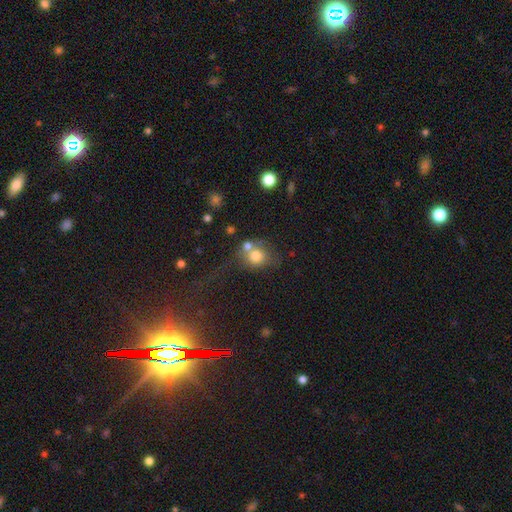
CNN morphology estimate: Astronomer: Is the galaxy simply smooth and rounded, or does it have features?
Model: smooth — 74%.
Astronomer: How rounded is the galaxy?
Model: round — 76%.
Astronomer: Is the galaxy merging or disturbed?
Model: none — 40% (runner-up: merger, 36%).